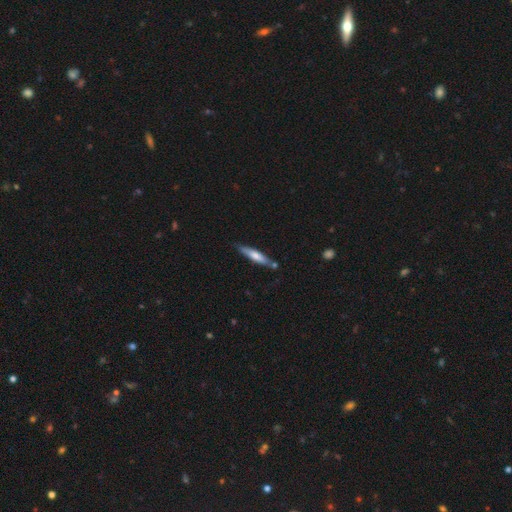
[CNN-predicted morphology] type=smooth (59%); roundness=cigar-shaped (86%); merging=none (75%).